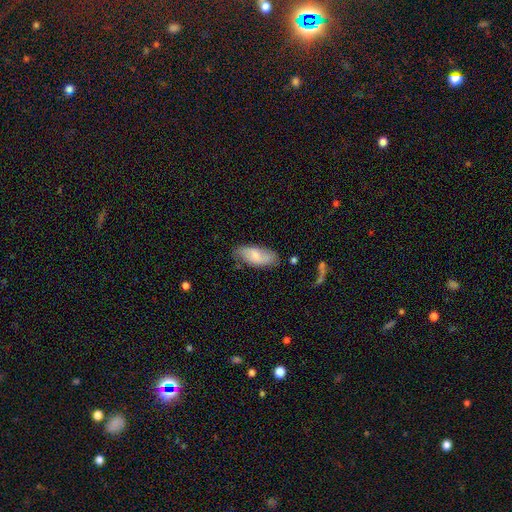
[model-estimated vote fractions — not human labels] smooth 60%, featured or disk 33%, star or artifact 7%. Down the decision tree: how rounded — in between (86%); merging — none (69%).